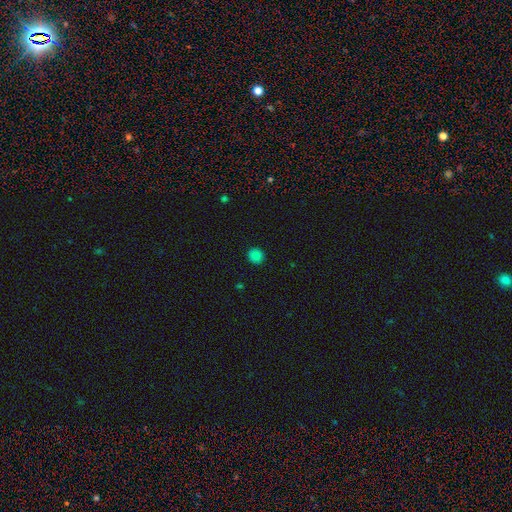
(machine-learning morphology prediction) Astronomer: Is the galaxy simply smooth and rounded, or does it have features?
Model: smooth — 82%.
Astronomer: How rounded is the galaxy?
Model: round — 92%.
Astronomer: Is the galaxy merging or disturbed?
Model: none — 91%.